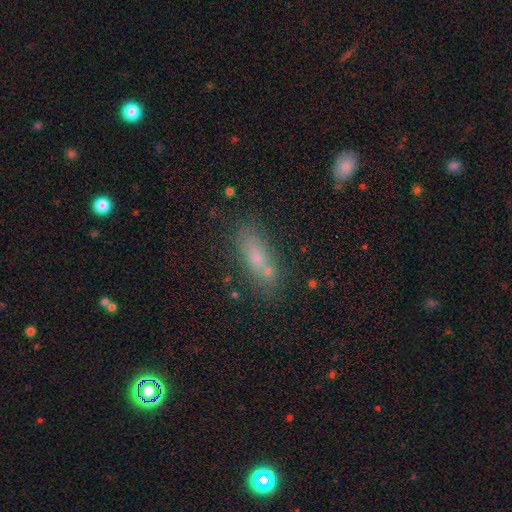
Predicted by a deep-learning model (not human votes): Smooth or featured?
  - smooth: 70% *
  - featured or disk: 18%
  - star or artifact: 12%
How rounded?
  - in between: 59% *
  - cigar-shaped: 37%
  - round: 4%
Merging?
  - none: 66% *
  - minor disturbance: 15%
  - merger: 13%
  - major disturbance: 6%